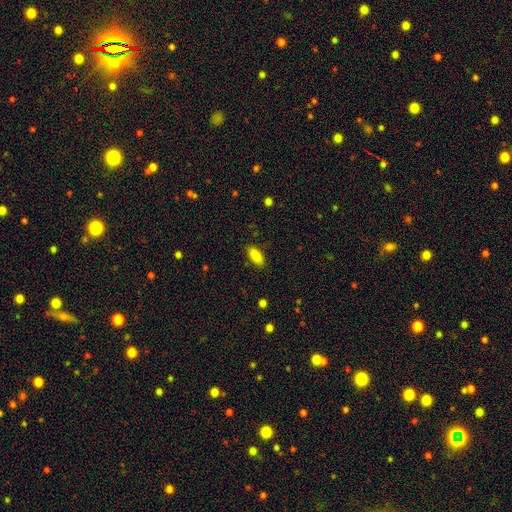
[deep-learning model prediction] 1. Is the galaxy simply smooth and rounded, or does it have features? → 88% smooth, 8% star or artifact, 5% featured or disk.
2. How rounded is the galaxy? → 85% in between, 12% cigar-shaped, 2% round.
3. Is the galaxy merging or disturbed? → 87% none, 9% minor disturbance, 3% major disturbance, 1% merger.